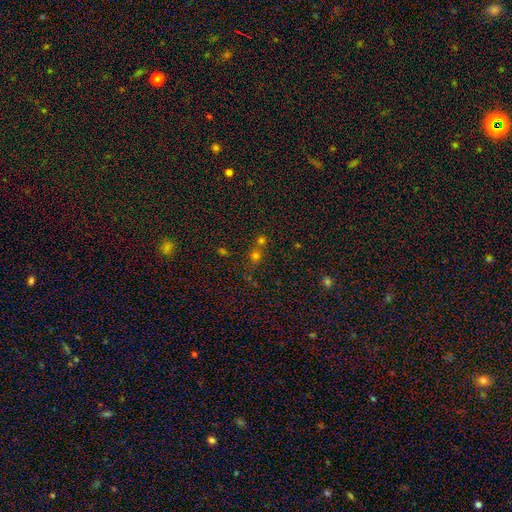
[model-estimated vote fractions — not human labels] Overall: smooth (57%; star or artifact 32%). How rounded: round (81%). Merging: none (47%; merger 41%).